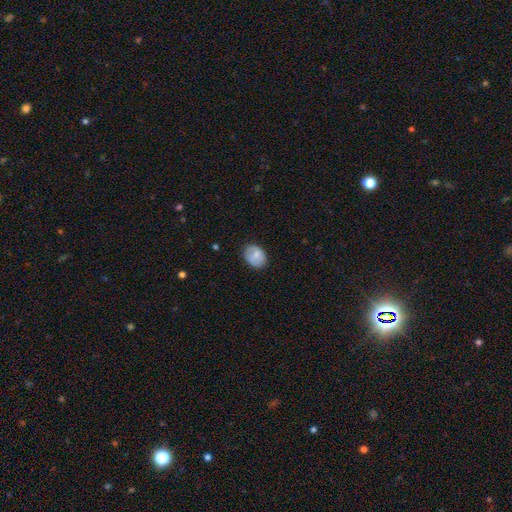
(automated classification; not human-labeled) Morphology: type=smooth (75%); roundness=in between (66%); merging=none (78%).